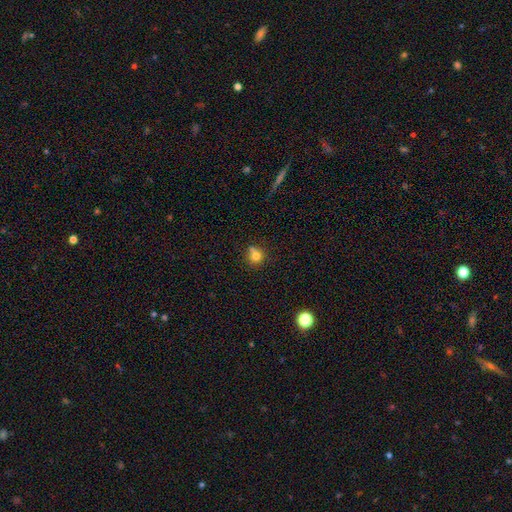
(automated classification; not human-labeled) Q: Smooth or featured?
A: smooth (75%); runner-up: star or artifact (14%)
Q: How rounded?
A: round (82%); runner-up: in between (17%)
Q: Merging?
A: none (55%); runner-up: minor disturbance (20%)